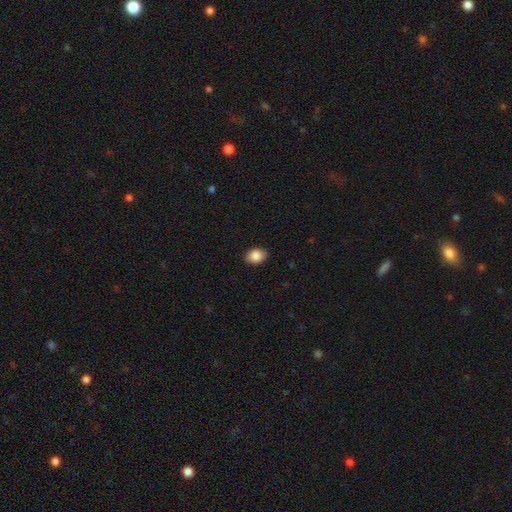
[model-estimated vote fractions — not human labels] This appears to be a smooth galaxy with no disk features (87%) that is in between round and cigar-shaped (72%). Merging: none (87%).